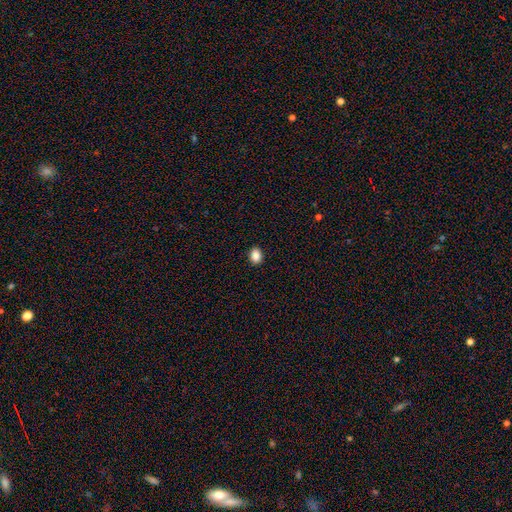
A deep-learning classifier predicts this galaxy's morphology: Smooth or featured? smooth (87%)
How rounded? in between (61%)
Merging? none (91%)